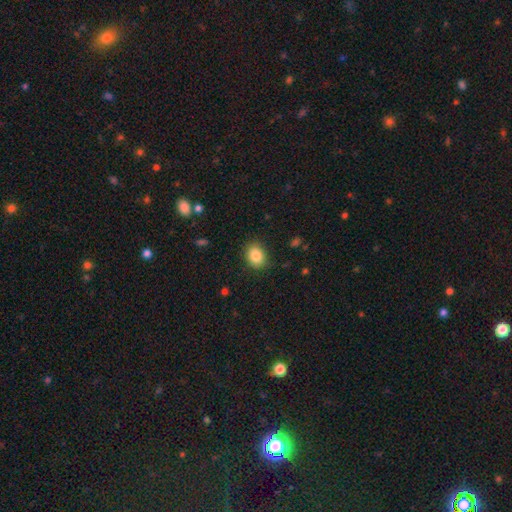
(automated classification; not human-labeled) Smooth or featured?
  - smooth: 85% *
  - star or artifact: 9%
  - featured or disk: 6%
How rounded?
  - in between: 51% *
  - round: 48%
  - cigar-shaped: 1%
Merging?
  - none: 86% *
  - minor disturbance: 11%
  - major disturbance: 3%
  - merger: 1%